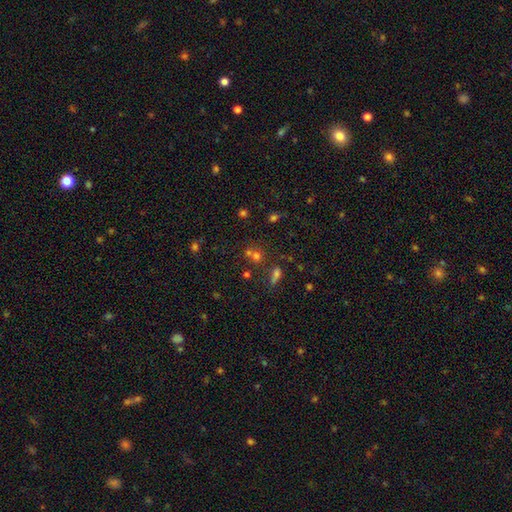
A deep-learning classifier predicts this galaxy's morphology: Smooth or featured?
  - smooth: 45% *
  - star or artifact: 43%
  - featured or disk: 12%
Merging?
  - none: 56% *
  - merger: 30%
  - minor disturbance: 9%
  - major disturbance: 5%